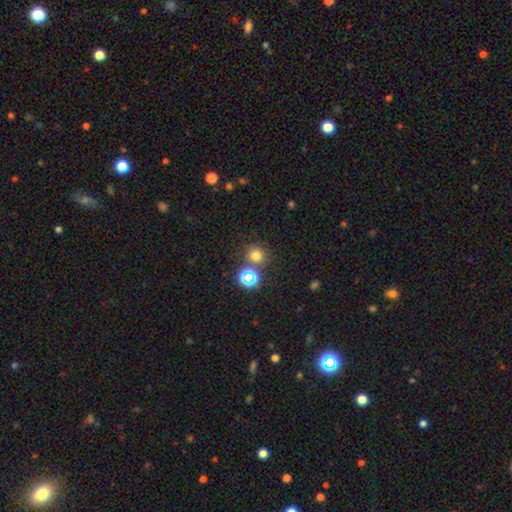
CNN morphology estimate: Smooth or featured: smooth — 69% (star or artifact — 24%)
How rounded: round — 86% (in between — 13%)
Merging: none — 75% (merger — 13%)